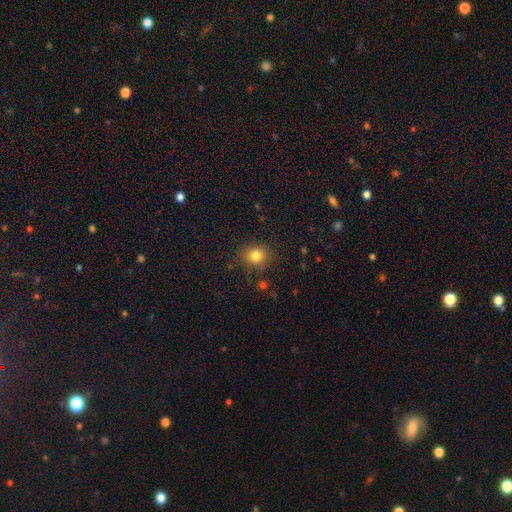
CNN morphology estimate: Smooth or featured? smooth (81%)
How rounded? round (72%)
Merging? none (85%)